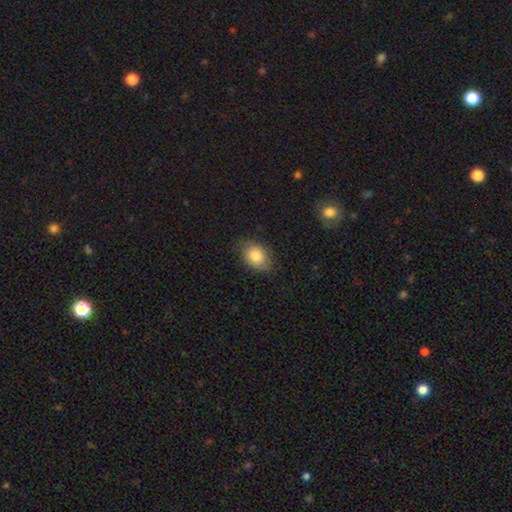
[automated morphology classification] Smooth or featured?
  - smooth: 84% *
  - star or artifact: 8%
  - featured or disk: 8%
How rounded?
  - in between: 71% *
  - round: 28%
  - cigar-shaped: 1%
Merging?
  - none: 81% *
  - minor disturbance: 15%
  - major disturbance: 3%
  - merger: 1%